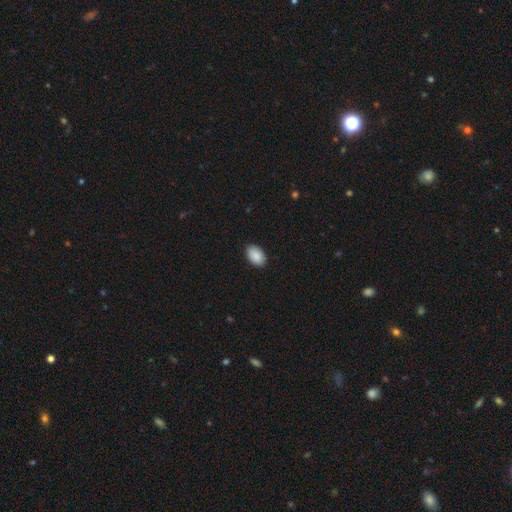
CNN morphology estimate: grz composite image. It shows a smooth galaxy with no disk features (90%) that is in between round and cigar-shaped (93%). Merging: none (89%).